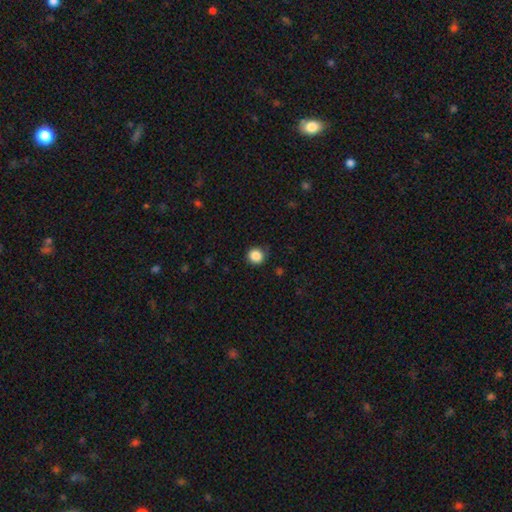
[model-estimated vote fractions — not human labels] This is clearly a smooth galaxy (86%). How rounded: clearly round (93%). Merging: clearly none (85%).